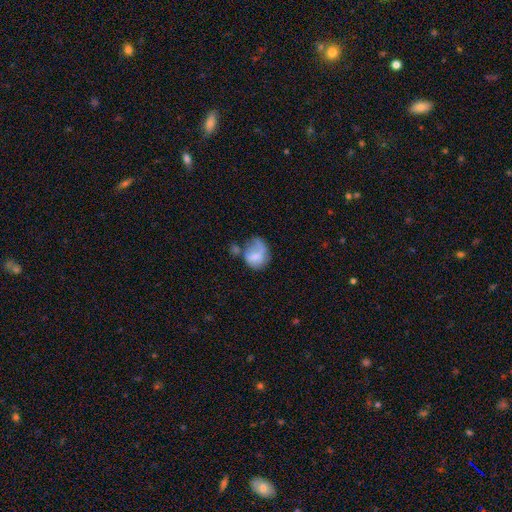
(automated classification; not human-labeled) Overall: smooth (58%; featured or disk 33%). How rounded: round (50%; in between 49%). Merging: major disturbance (30%; none 28%).